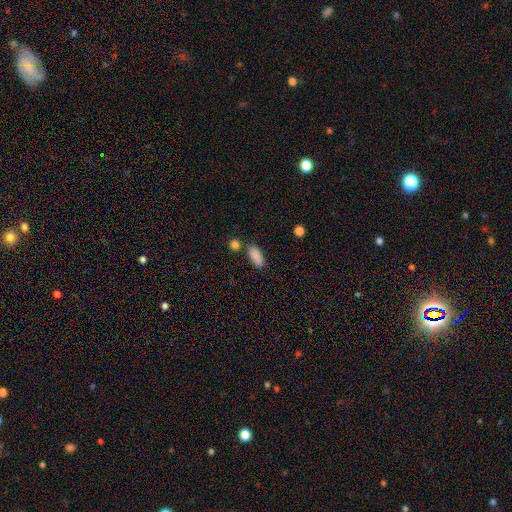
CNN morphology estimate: This appears to be a smooth galaxy with no disk features (88%) that is in between round and cigar-shaped (82%). Merging: none (74%).